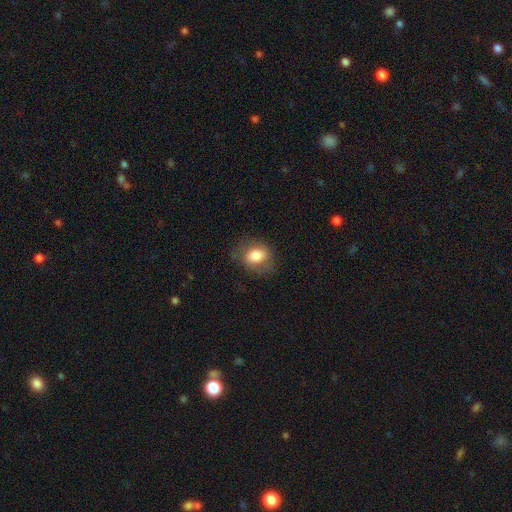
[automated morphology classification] Smooth or featured: smooth — 77% (featured or disk — 14%)
How rounded: in between — 55% (round — 43%)
Merging: none — 73% (minor disturbance — 18%)